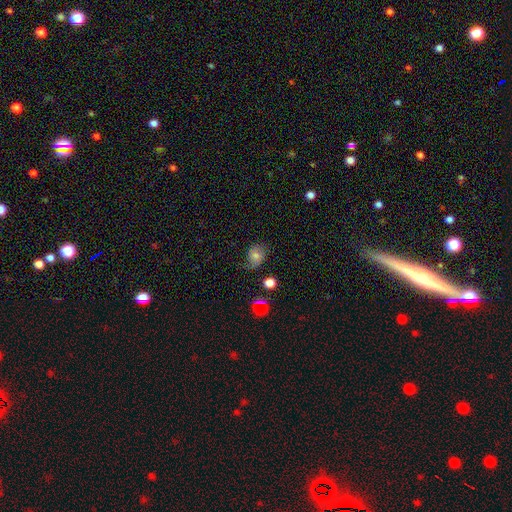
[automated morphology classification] smooth_or_featured: smooth (p=0.56) [alt: featured or disk p=0.33]
how_rounded: in between (p=0.55) [alt: round p=0.44]
merging: none (p=0.53) [alt: minor disturbance p=0.29]